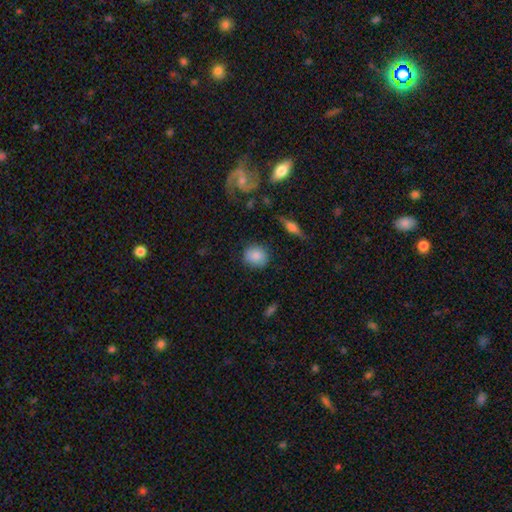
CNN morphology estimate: A smooth galaxy with no disk features (84%) that is round (71%). Merging: none (83%).